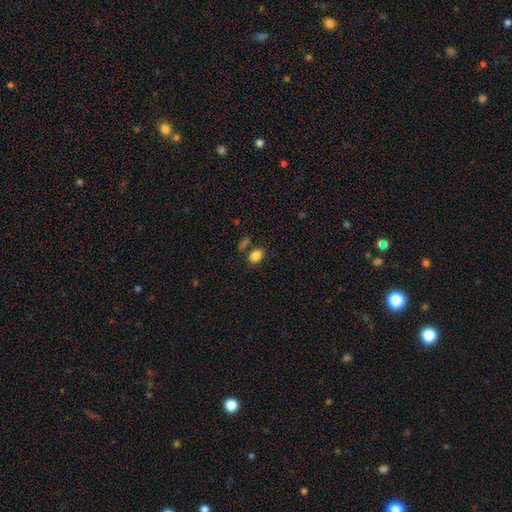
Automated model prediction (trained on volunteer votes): Overall: smooth (84%). How rounded: in between (68%; round 31%). Merging: none (72%).